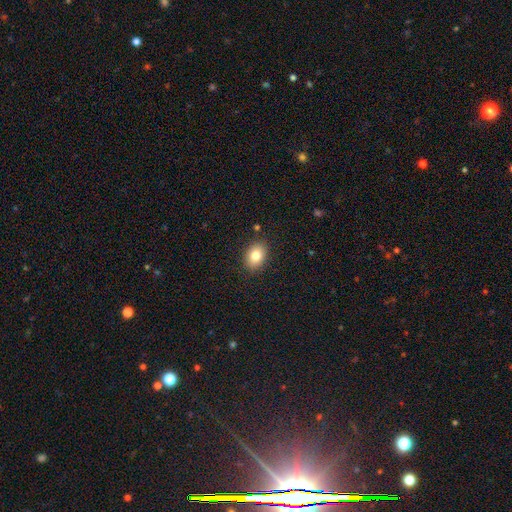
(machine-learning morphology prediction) Q: Smooth or featured?
A: smooth (83%); runner-up: star or artifact (9%)
Q: How rounded?
A: in between (76%); runner-up: round (23%)
Q: Merging?
A: none (87%); runner-up: minor disturbance (9%)